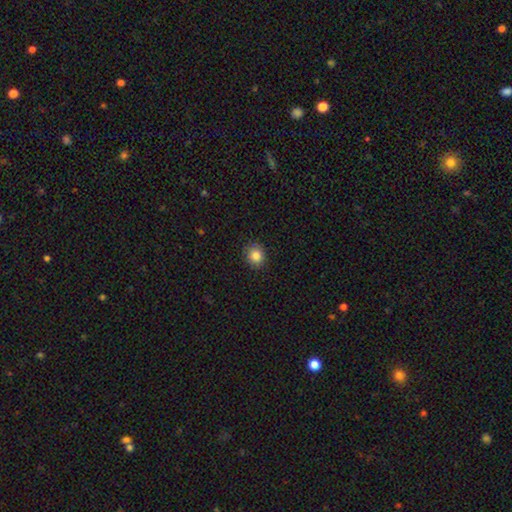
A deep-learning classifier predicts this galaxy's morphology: Smooth or featured: smooth — 85% (star or artifact — 11%)
How rounded: round — 83% (in between — 16%)
Merging: none — 88% (minor disturbance — 9%)